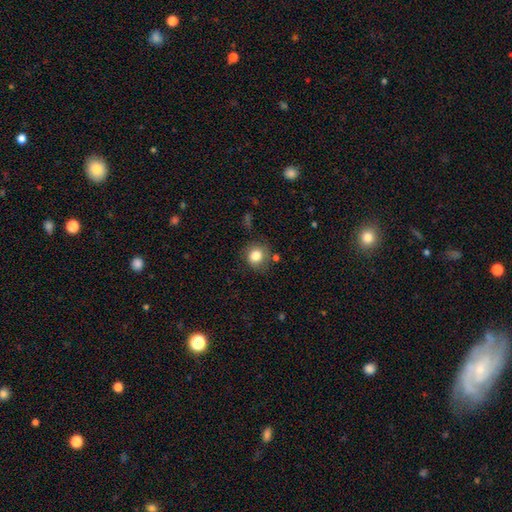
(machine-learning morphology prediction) This is clearly a smooth galaxy (82%). How rounded: clearly round (84%). Merging: likely none (75%).